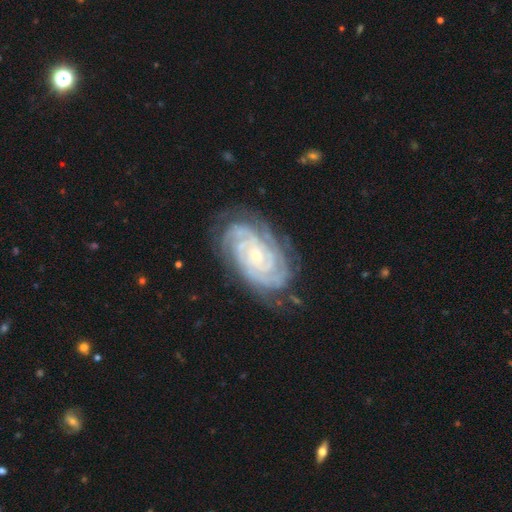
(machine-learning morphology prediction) Overall: featured or disk (91%). Edge-on disk: no (97%). Bar: no (72%). Spiral arms: yes (98%). Spiral arm count: 4 (27%; 3 21%). Spiral winding: tight (84%). Bulge size: small (79%). Merging: none (77%).